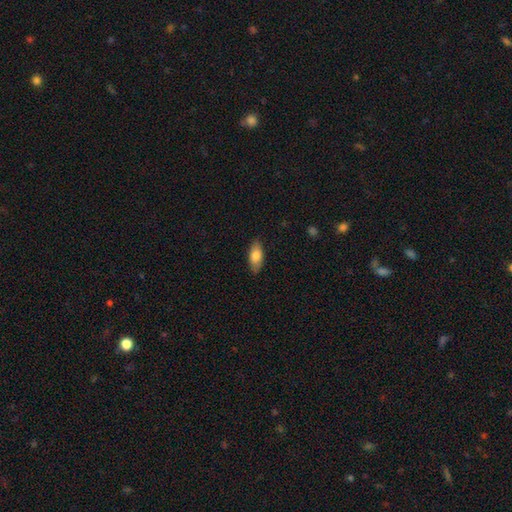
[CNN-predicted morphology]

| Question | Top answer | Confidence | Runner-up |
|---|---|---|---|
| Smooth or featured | smooth | 81% | featured or disk (13%) |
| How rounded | in between | 86% | cigar-shaped (12%) |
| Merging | none | 85% | minor disturbance (12%) |